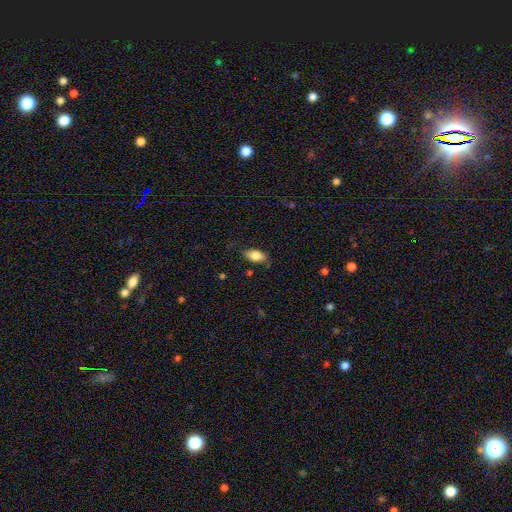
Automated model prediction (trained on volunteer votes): smooth-or-featured: smooth: 81% | featured or disk: 12% | star or artifact: 7%
  how-rounded: in between: 90% | cigar-shaped: 5% | round: 5%
  merging: none: 75% | minor disturbance: 19% | major disturbance: 5% | merger: 1%